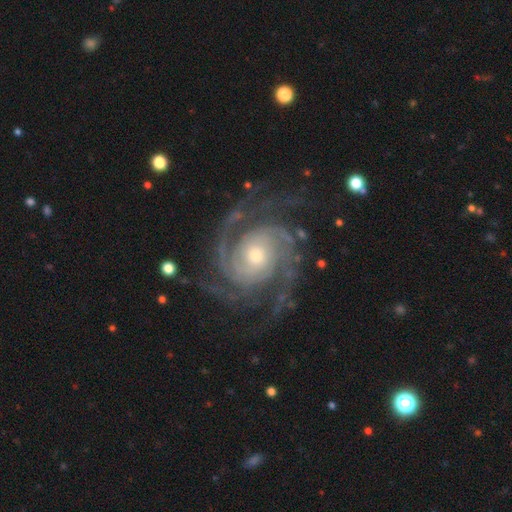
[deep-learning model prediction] Smooth or featured?
  - featured or disk: 94% *
  - star or artifact: 4%
  - smooth: 2%
Edge-on disk?
  - no: 98% *
  - yes: 2%
Bar?
  - no: 70% *
  - weak: 21%
  - strong: 9%
Spiral arms?
  - yes: 99% *
  - no: 1%
Spiral winding?
  - tight: 64% *
  - medium: 32%
  - loose: 4%
Spiral arm count?
  - 2: 40% *
  - 3: 27%
  - 4: 12%
  - can't tell: 9%
  - more than 4: 7%
  - 1: 6%
Bulge size?
  - moderate: 48% *
  - small: 45%
  - large: 5%
  - none: 1%
  - dominant: 1%
Merging?
  - none: 76% *
  - minor disturbance: 14%
  - major disturbance: 8%
  - merger: 1%